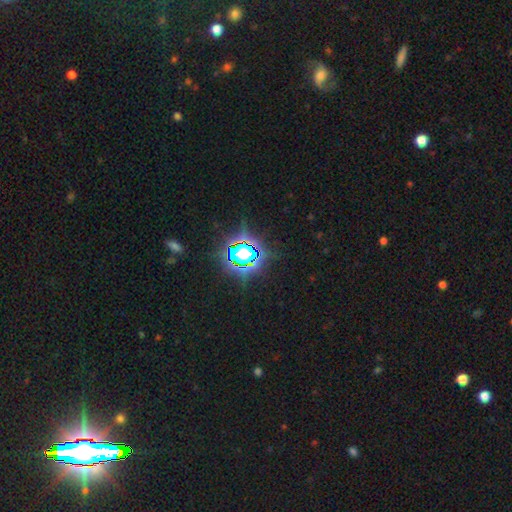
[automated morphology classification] Q: Smooth or featured?
A: star or artifact (79%); runner-up: smooth (13%)